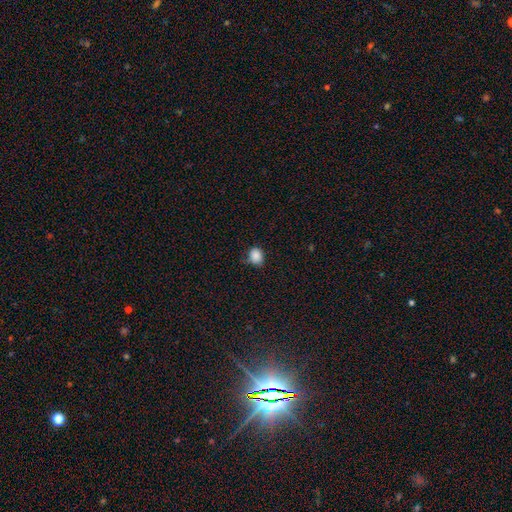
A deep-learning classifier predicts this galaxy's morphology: smooth 87%, star or artifact 10%, featured or disk 4%. Down the decision tree: how rounded — round (56%); merging — none (68%).